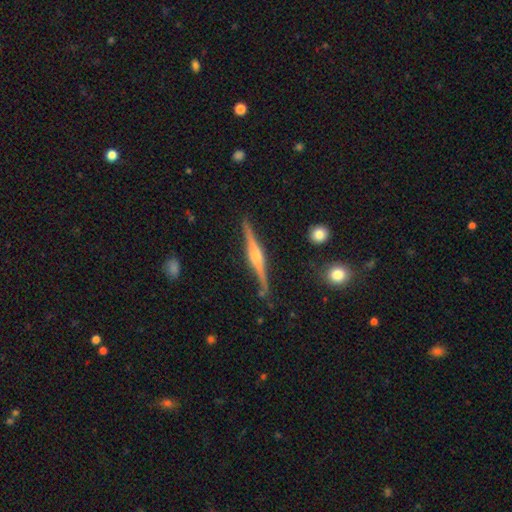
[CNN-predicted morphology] Smooth or featured? featured or disk (84%)
Edge-on disk? yes (98%)
Edge-on bulge? rounded (82%)
Merging? none (87%)